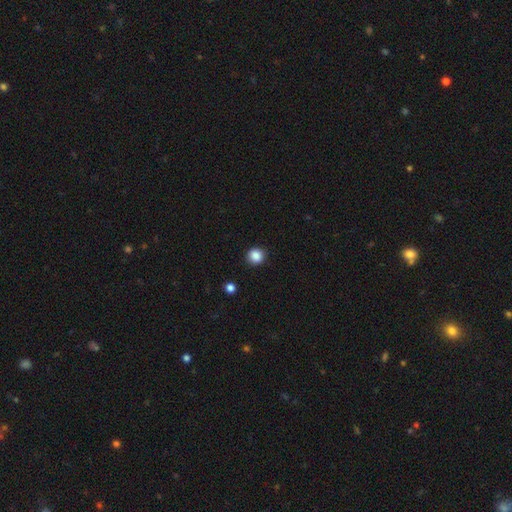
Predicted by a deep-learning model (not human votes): Smooth or featured: smooth — 87% (star or artifact — 10%)
How rounded: round — 89% (in between — 10%)
Merging: none — 90% (minor disturbance — 7%)